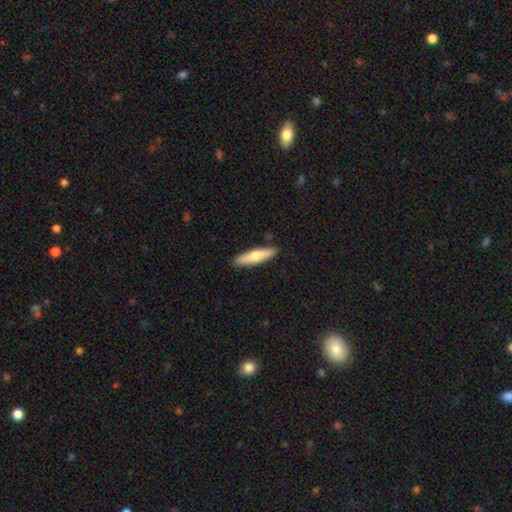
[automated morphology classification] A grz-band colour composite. It shows a smooth galaxy with no disk features (65%) that is cigar-shaped (77%). Merging: none (90%).